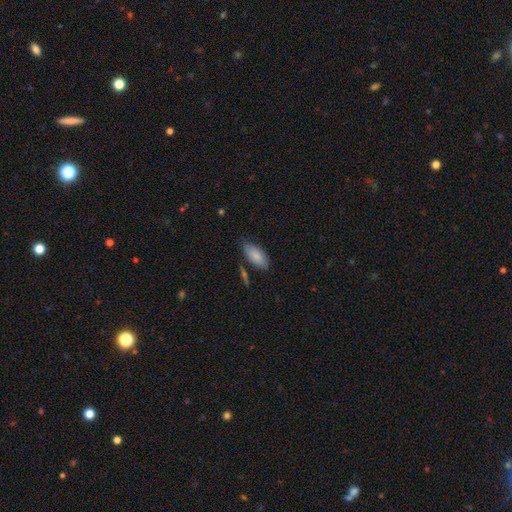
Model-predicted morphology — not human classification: Smooth or featured: smooth — 85% (featured or disk — 9%)
How rounded: in between — 88% (cigar-shaped — 10%)
Merging: none — 69% (minor disturbance — 23%)